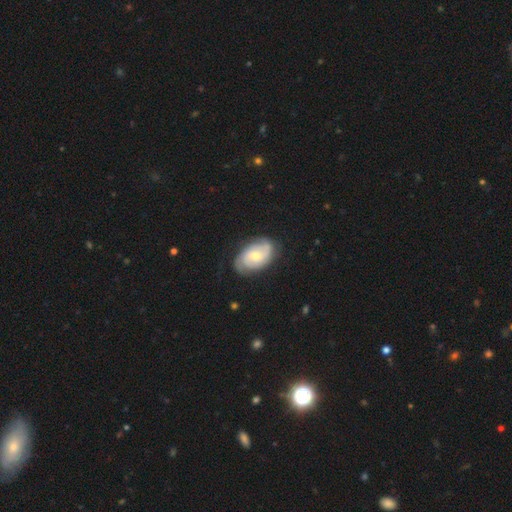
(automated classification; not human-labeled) This is likely a featured or disk galaxy (71%). It is clearly not viewed edge-on (96%). Bar: likely no (62%). Spiral arm pattern: clearly yes (91%). Spiral arm count: possibly 2 (51%). Spiral winding: possibly tight (48%). Central bulge: possibly moderate (52%). Merging: likely none (75%).